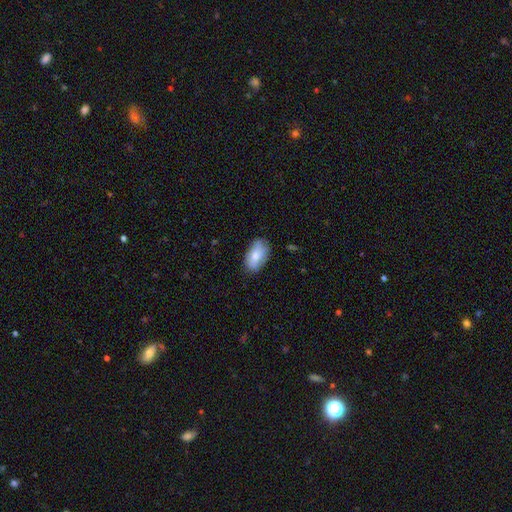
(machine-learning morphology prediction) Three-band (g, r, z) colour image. It shows a smooth galaxy with no disk features (76%) that is in between round and cigar-shaped (92%). Merging: none (77%).